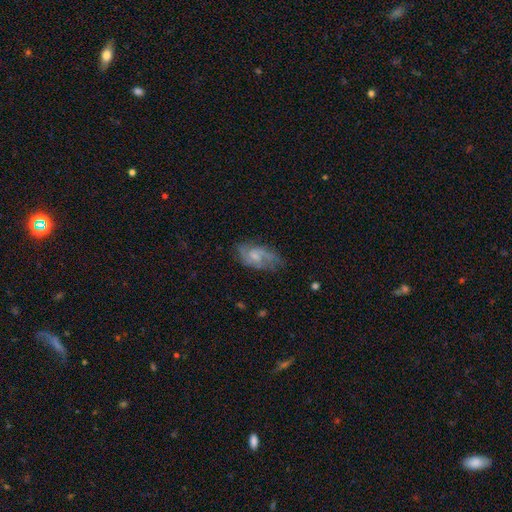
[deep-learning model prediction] featured or disk 68%, smooth 25%, star or artifact 7%. Down the decision tree: edge-on disk — no (95%); bar — no (52%); spiral arms — yes (88%); spiral arm count — 2 (66%); spiral winding — medium (48%); bulge size — small (47%); merging — none (60%).